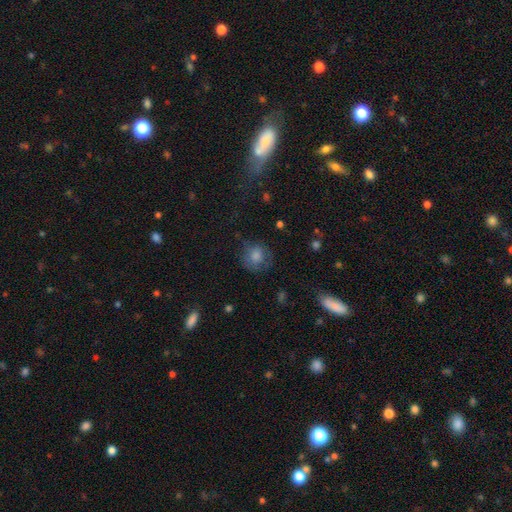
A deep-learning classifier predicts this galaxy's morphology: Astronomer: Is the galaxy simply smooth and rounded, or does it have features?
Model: smooth — 75%.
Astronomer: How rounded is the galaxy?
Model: round — 82%.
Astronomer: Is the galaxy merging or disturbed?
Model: none — 62%.